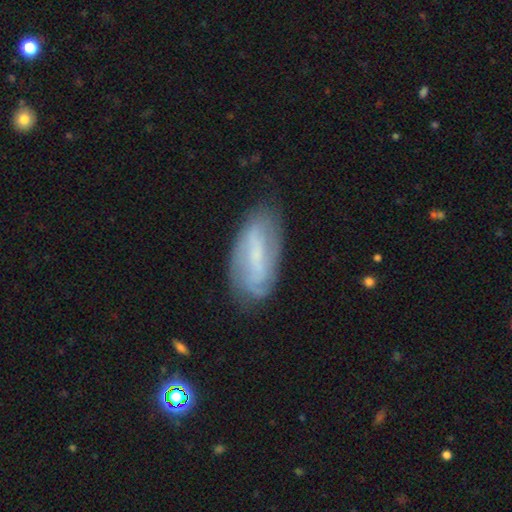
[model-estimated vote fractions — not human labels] A featured or disk galaxy (59%) with a weak bar (40%, tied with strong), spiral arms (71%) and a small central bulge (48%).

Vote fractions:
- Smooth or featured? featured or disk: 59% / smooth: 33% / star or artifact: 8%
- Edge-on disk? no: 89% / yes: 11%
- Bar? weak: 40% (tied) / strong: 40% (tied) / no: 20%
- Spiral arms? yes: 71% / no: 29%
- Bulge size? small: 48% / none: 29% / moderate: 19% / large: 3% / dominant: 1%
- Merging? none: 69% / minor disturbance: 22% / major disturbance: 8% / merger: 2%